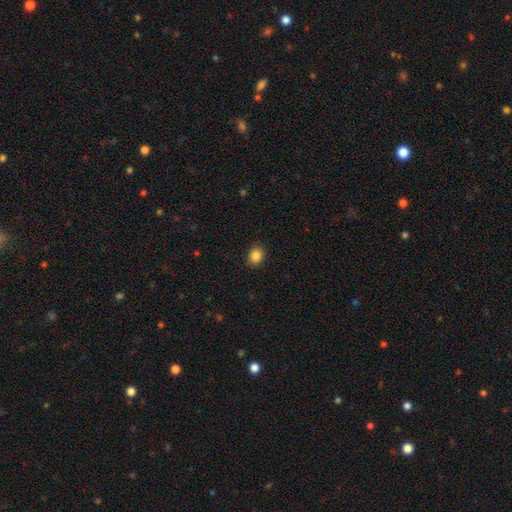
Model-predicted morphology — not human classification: This appears to be a smooth galaxy with no disk features (87%) that is round (51%). Merging: none (90%).